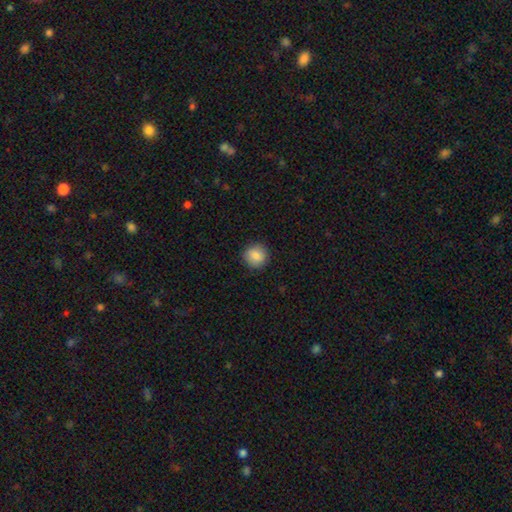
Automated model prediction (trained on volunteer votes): smooth_or_featured: smooth (p=0.87) [alt: star or artifact p=0.08]
how_rounded: round (p=0.91) [alt: in between p=0.08]
merging: none (p=0.90) [alt: minor disturbance p=0.07]